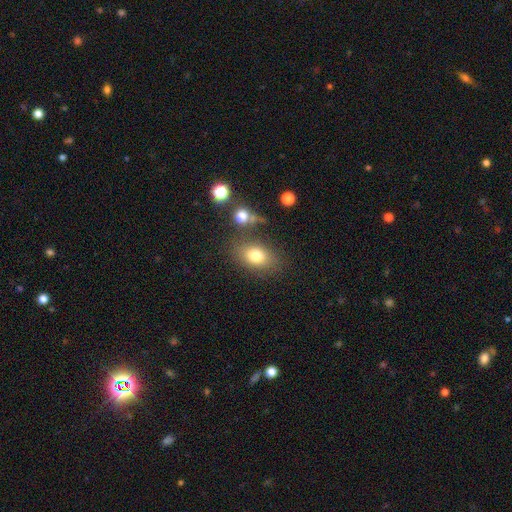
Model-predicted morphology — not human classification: This is likely a smooth galaxy (77%). How rounded: likely in between (76%). Merging: likely none (71%).